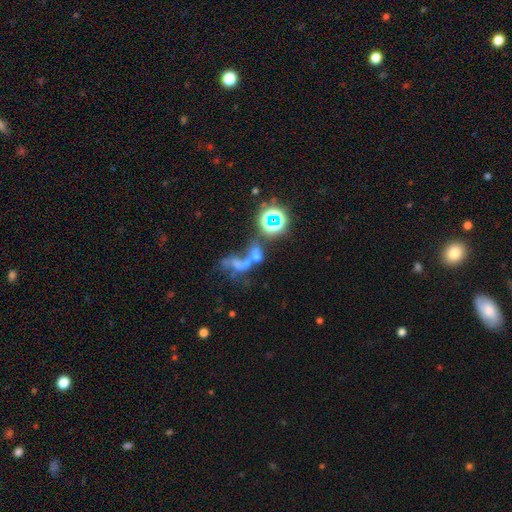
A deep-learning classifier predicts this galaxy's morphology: Smooth or featured? smooth (41%)
Merging? merger (58%)